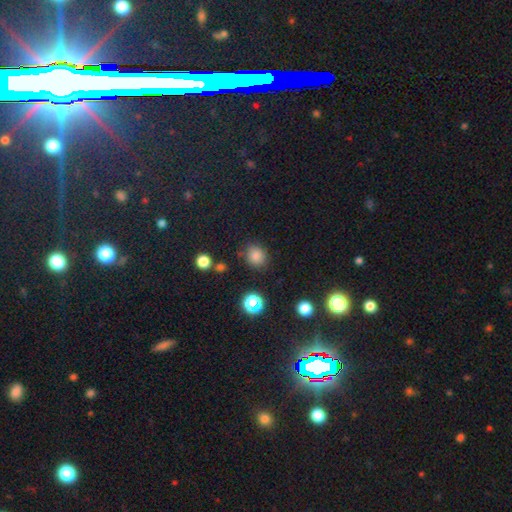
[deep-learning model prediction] Smooth or featured: smooth — 79% (star or artifact — 15%)
How rounded: round — 81% (in between — 18%)
Merging: none — 82% (minor disturbance — 11%)